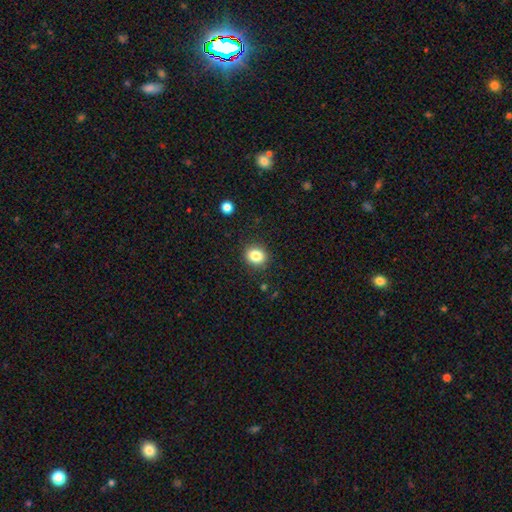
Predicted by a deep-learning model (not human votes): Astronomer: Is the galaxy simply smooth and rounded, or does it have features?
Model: smooth — 84%.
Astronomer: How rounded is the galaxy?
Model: round — 69%.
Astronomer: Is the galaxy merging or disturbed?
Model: none — 89%.